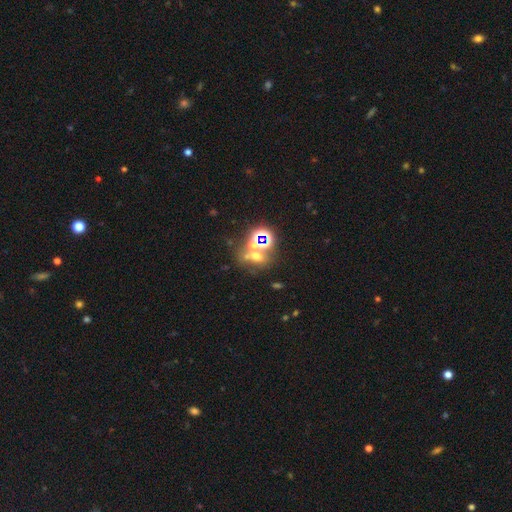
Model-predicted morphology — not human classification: Overall: star or artifact (45%; smooth 36%).